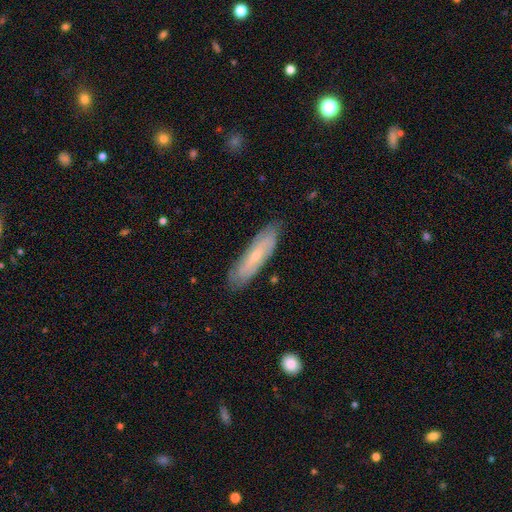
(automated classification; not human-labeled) A featured or disk galaxy (49%). Merging: none (83%).